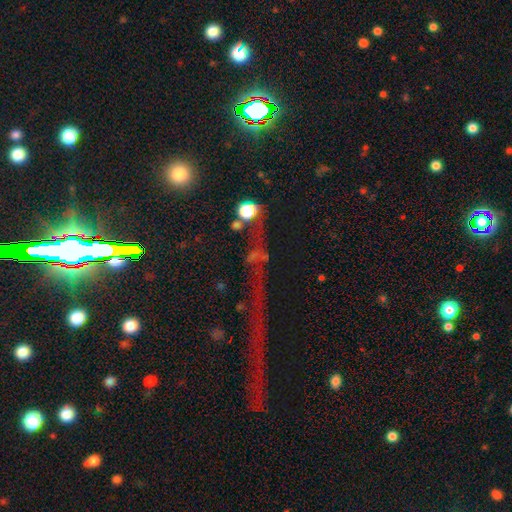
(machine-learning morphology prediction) type=star or artifact (60%).